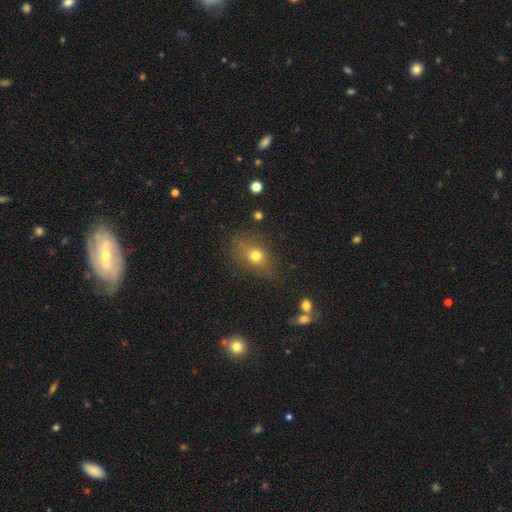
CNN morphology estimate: This is likely a smooth galaxy (70%). How rounded: possibly in between (50%). Merging: likely none (71%).